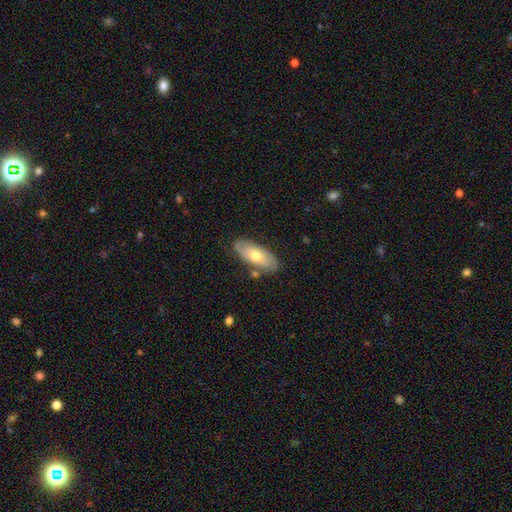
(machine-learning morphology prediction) A smooth galaxy with no disk features (55%) that is in between round and cigar-shaped (82%). Merging: none (77%).